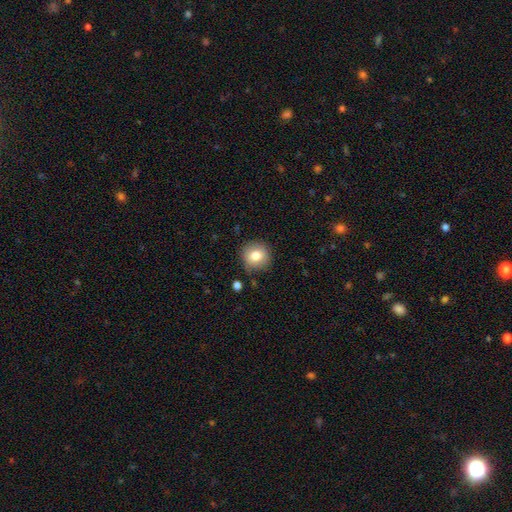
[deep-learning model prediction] Smooth or featured? smooth (81%)
How rounded? round (90%)
Merging? none (84%)